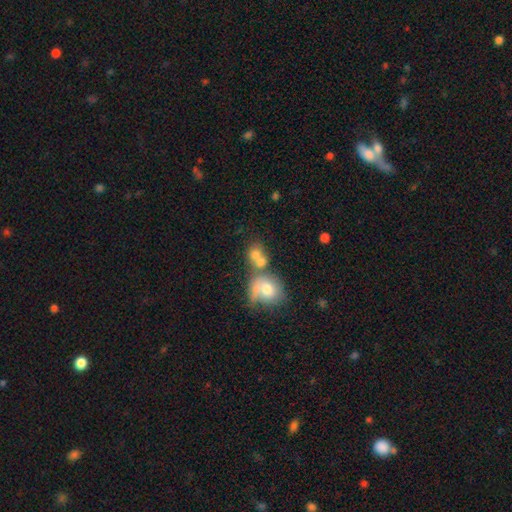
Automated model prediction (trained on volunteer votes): smooth_or_featured: smooth (p=0.61) [alt: featured or disk p=0.24]
how_rounded: round (p=0.63) [alt: in between p=0.35]
merging: merger (p=0.53) [alt: none p=0.29]